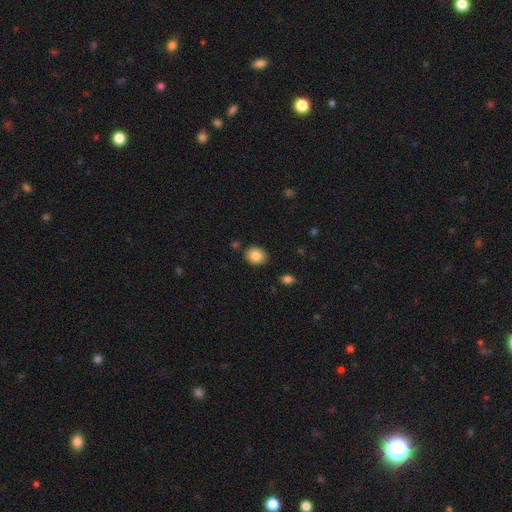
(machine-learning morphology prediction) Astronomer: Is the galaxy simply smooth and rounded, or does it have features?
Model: smooth — 85%.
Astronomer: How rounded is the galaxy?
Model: round — 52% (runner-up: in between, 48%).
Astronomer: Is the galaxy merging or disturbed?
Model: none — 85%.